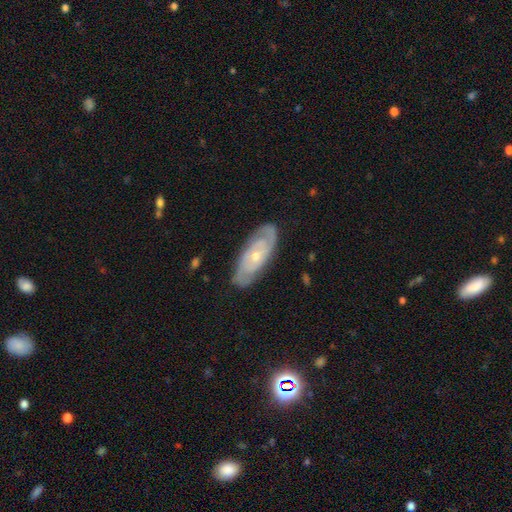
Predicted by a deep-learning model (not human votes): featured or disk 81%, smooth 13%, star or artifact 5%. Down the decision tree: edge-on disk — no (90%); bar — no (74%); spiral arms — yes (92%); spiral arm count — 2 (65%); spiral winding — tight (68%); bulge size — small (61%); merging — none (82%).